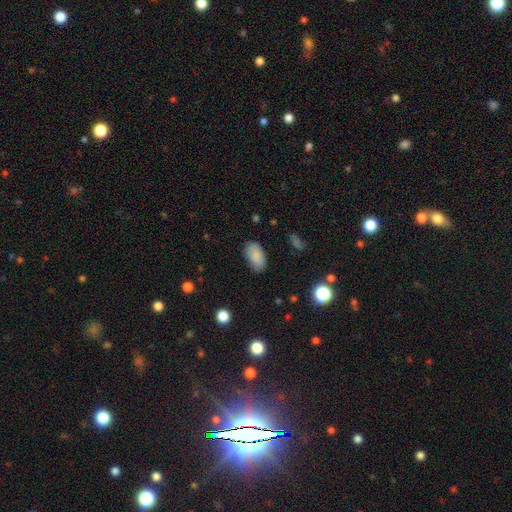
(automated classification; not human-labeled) Smooth or featured?
  - smooth: 87% *
  - star or artifact: 7%
  - featured or disk: 6%
How rounded?
  - in between: 94% *
  - round: 4%
  - cigar-shaped: 2%
Merging?
  - none: 82% *
  - minor disturbance: 13%
  - major disturbance: 3%
  - merger: 1%